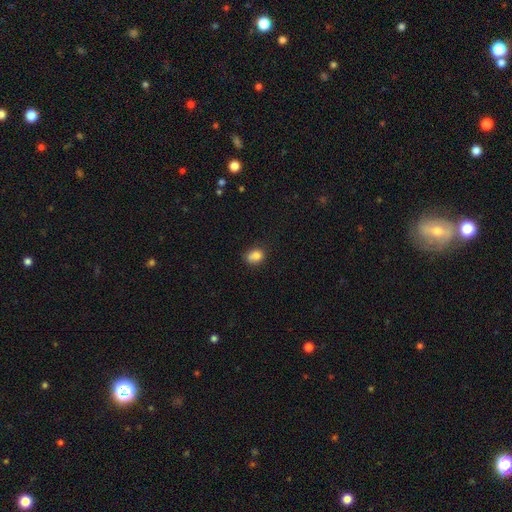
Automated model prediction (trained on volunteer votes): smooth 83%, star or artifact 10%, featured or disk 7%. Down the decision tree: how rounded — in between (55%); merging — none (62%).